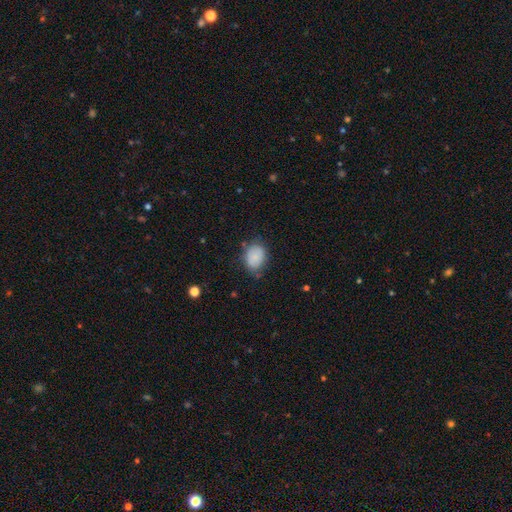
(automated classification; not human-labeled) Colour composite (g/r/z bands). It shows a smooth galaxy with no disk features (82%) that is in between round and cigar-shaped (66%). Merging: none (69%).